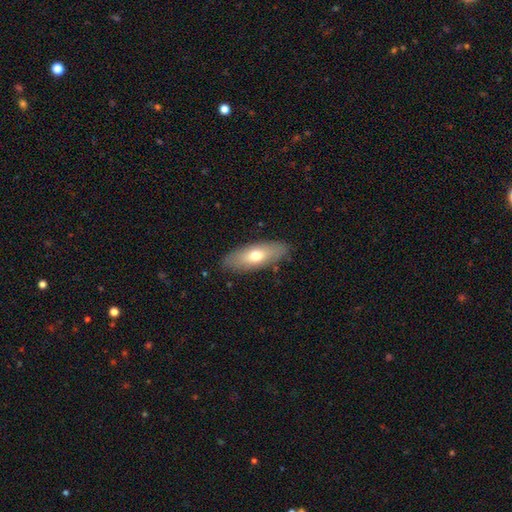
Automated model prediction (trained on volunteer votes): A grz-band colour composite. It shows a smooth galaxy with no disk features (66%) that is in between round and cigar-shaped (71%). Merging: none (85%).